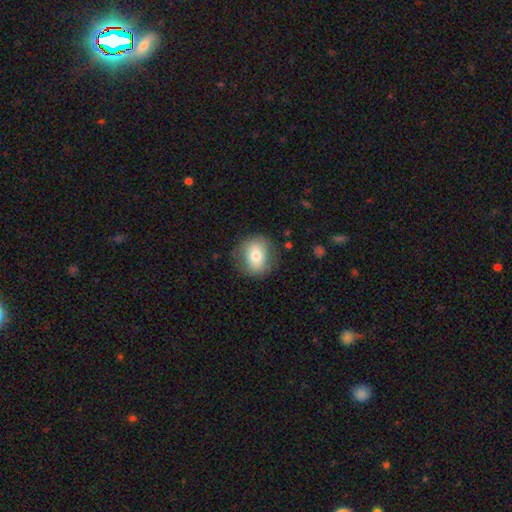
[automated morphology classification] smooth-or-featured: smooth: 73% | featured or disk: 19% | star or artifact: 8%
  how-rounded: round: 62% | in between: 37% | cigar-shaped: 1%
  merging: none: 80% | minor disturbance: 14% | major disturbance: 5% | merger: 1%